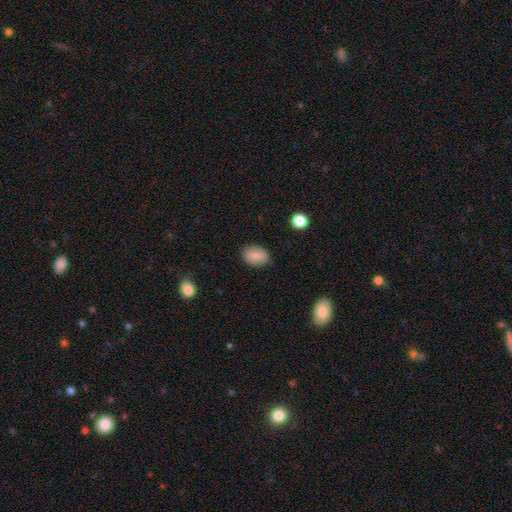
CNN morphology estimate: Smooth or featured? Predicted: smooth (p=0.83). How rounded? Predicted: in between (p=0.76). Merging? Predicted: none (p=0.84).